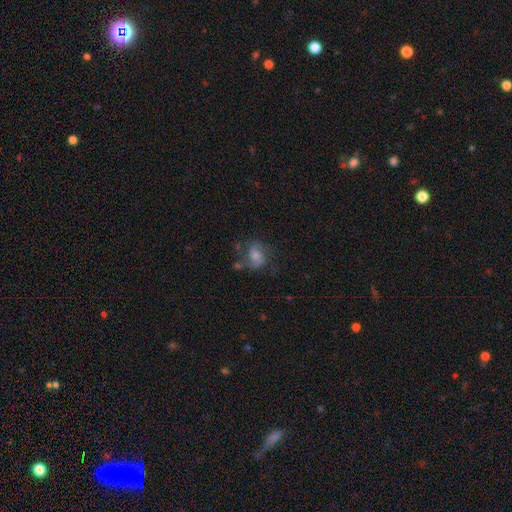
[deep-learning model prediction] This appears to be a featured or disk galaxy (54%) with no bar (64%), spiral arms (83%) and a moderate central bulge (41%). Merging: none (46%).